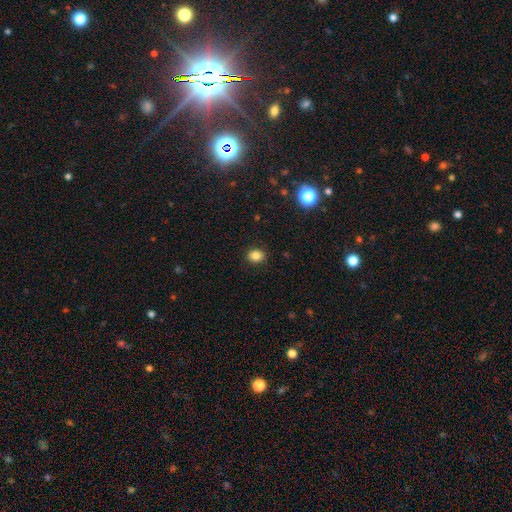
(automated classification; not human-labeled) Smooth or featured?
  - smooth: 84% *
  - star or artifact: 11%
  - featured or disk: 5%
How rounded?
  - round: 57% *
  - in between: 42%
  - cigar-shaped: 1%
Merging?
  - none: 89% *
  - minor disturbance: 7%
  - major disturbance: 2%
  - merger: 1%